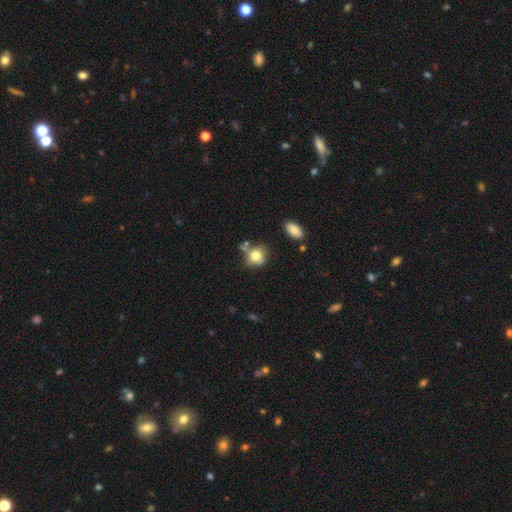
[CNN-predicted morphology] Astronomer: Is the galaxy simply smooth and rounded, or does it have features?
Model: smooth — 76%.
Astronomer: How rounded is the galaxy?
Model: round — 68%.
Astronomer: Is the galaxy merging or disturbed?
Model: none — 56%.